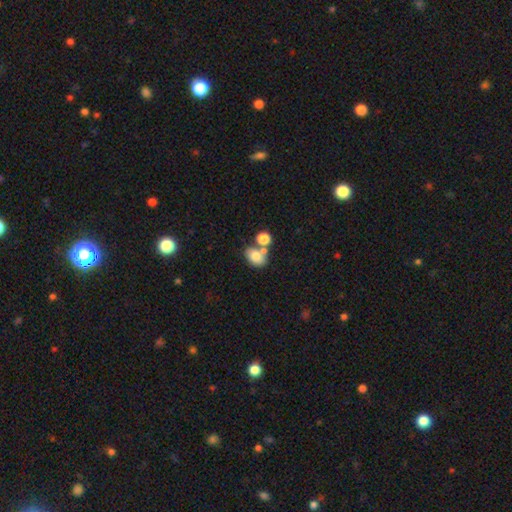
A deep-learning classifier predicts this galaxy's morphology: A smooth galaxy with no disk features (76%) that is in between round and cigar-shaped (69%).

Vote fractions:
- Smooth or featured? smooth: 76% / featured or disk: 14% / star or artifact: 10%
- How rounded? in between: 69% / round: 30% / cigar-shaped: 1%
- Merging? none: 43% / merger: 40% / minor disturbance: 12% / major disturbance: 5%